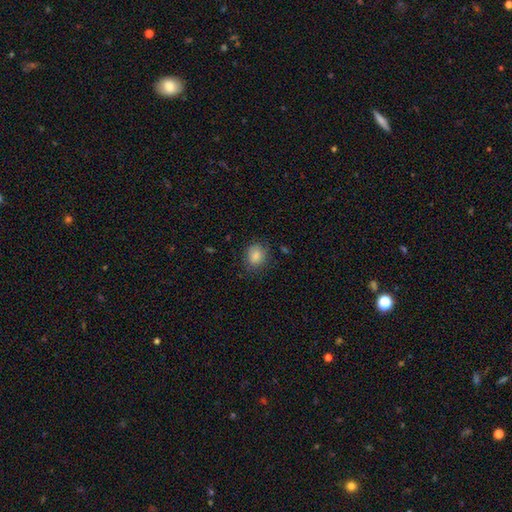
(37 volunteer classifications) smooth 92%, star or artifact 5%, featured or disk 3%. Down the decision tree: how rounded — round (65%); merging — none (77%).